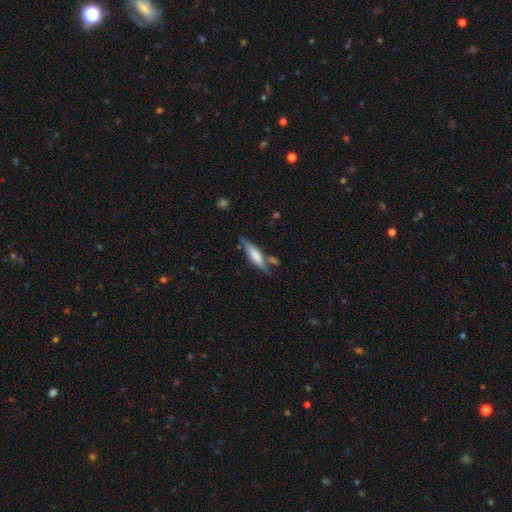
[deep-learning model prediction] Smooth or featured: smooth — 58% (featured or disk — 35%)
How rounded: cigar-shaped — 71% (in between — 27%)
Merging: none — 62% (minor disturbance — 19%)